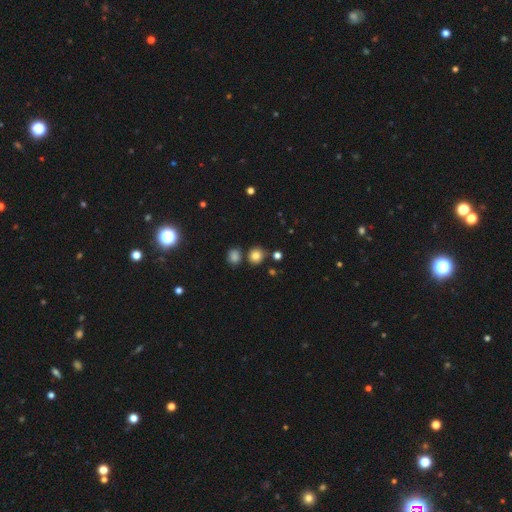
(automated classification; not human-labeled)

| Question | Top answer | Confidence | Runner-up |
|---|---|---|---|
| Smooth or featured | smooth | 81% | star or artifact (13%) |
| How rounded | round | 84% | in between (15%) |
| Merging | none | 78% | merger (10%) |